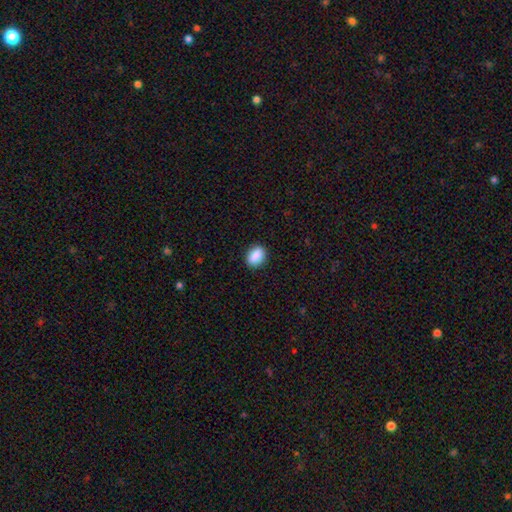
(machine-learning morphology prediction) Smooth or featured: smooth — 89% (star or artifact — 8%)
How rounded: in between — 75% (round — 23%)
Merging: none — 89% (minor disturbance — 8%)